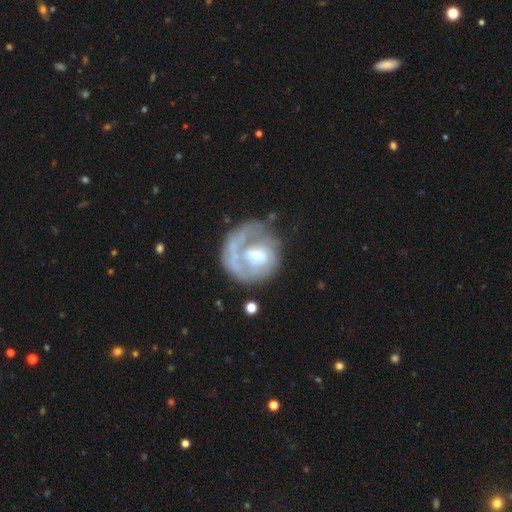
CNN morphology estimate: featured or disk 71%, smooth 23%, star or artifact 7%. Down the decision tree: edge-on disk — no (98%); bar — no (61%); spiral arms — yes (70%); bulge size — moderate (44%); merging — none (54%).